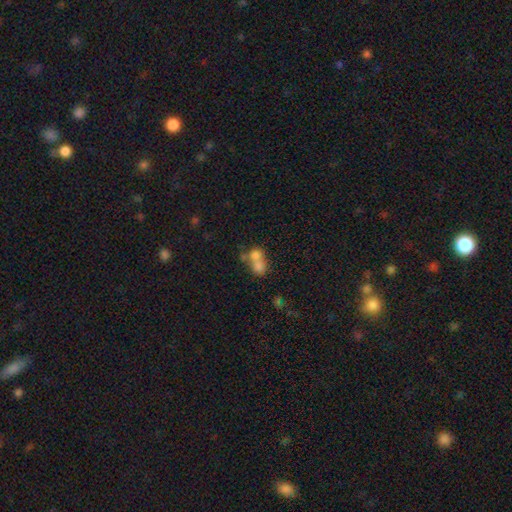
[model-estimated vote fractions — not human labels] smooth_or_featured: smooth (p=0.70) [alt: featured or disk p=0.18]
how_rounded: round (p=0.57) [alt: in between p=0.42]
merging: merger (p=0.70) [alt: none p=0.20]